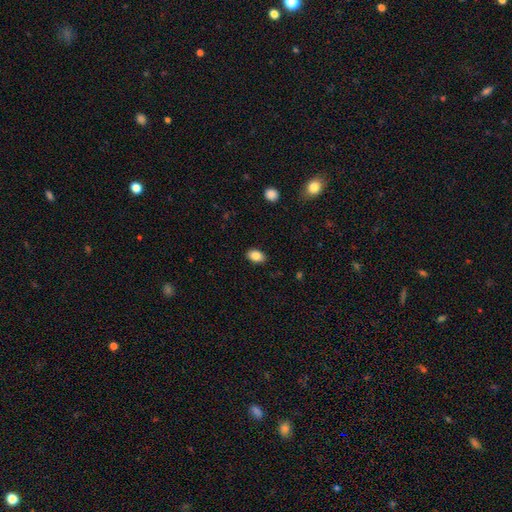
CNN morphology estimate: Smooth or featured? Predicted: smooth (p=0.86). How rounded? Predicted: in between (p=0.85). Merging? Predicted: none (p=0.88).